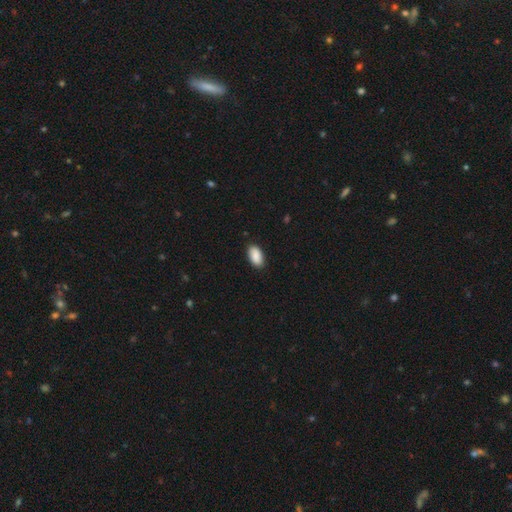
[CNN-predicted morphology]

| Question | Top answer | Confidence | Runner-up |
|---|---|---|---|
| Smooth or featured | smooth | 90% | star or artifact (6%) |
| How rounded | in between | 95% | round (3%) |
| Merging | none | 87% | minor disturbance (10%) |